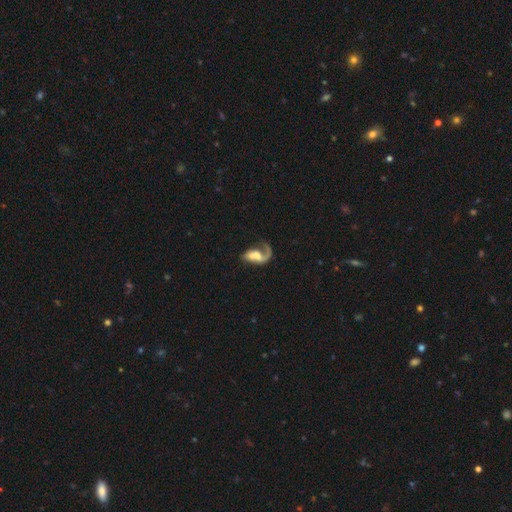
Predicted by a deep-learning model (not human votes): Morphology: type=featured or disk (70%); edge-on=no (97%); bar=no (55%); spiral arms=yes (81%); winding=loose (65%); arm count=1 (75%); bulge=moderate (31%); merging=major disturbance (35%).